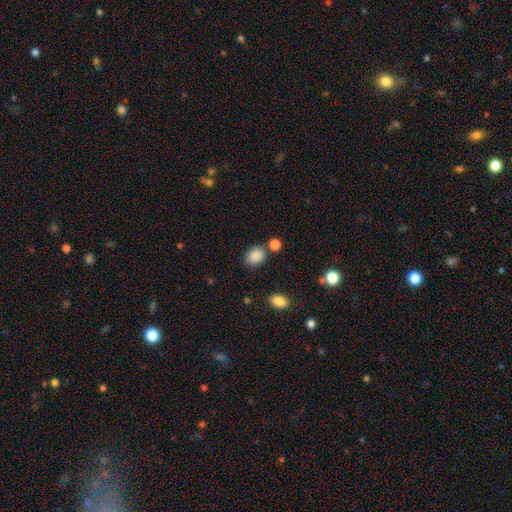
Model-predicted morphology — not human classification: This is clearly a smooth galaxy (87%). How rounded: possibly round (50%). Merging: likely none (74%).